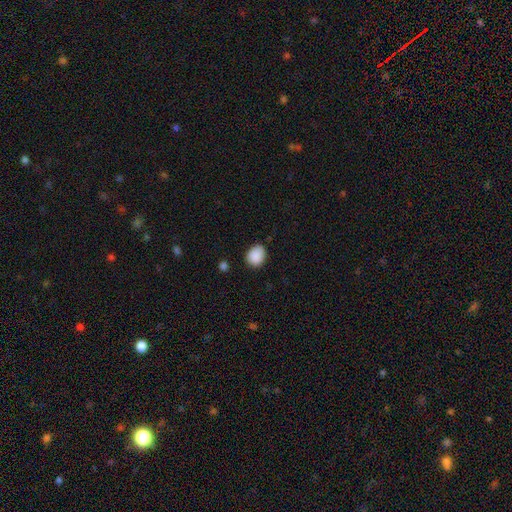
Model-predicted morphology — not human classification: smooth_or_featured: smooth (p=0.89) [alt: star or artifact p=0.08]
how_rounded: in between (p=0.50) [alt: round p=0.49]
merging: none (p=0.78) [alt: minor disturbance p=0.17]